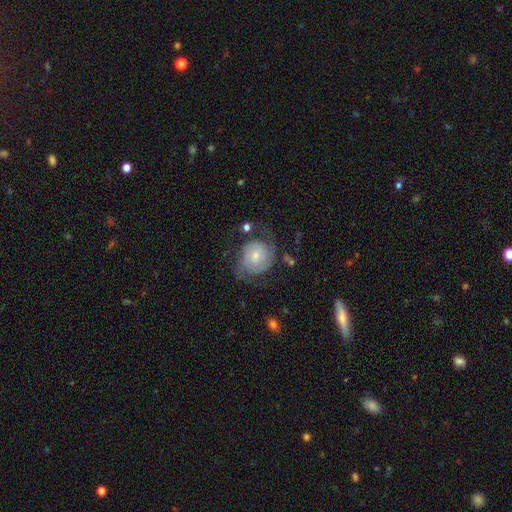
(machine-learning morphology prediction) A featured or disk galaxy (60%) with no bar (69%), 2 (67%) medium (42%) spiral arms (87%) and a small central bulge (57%). Merging: none (52%).